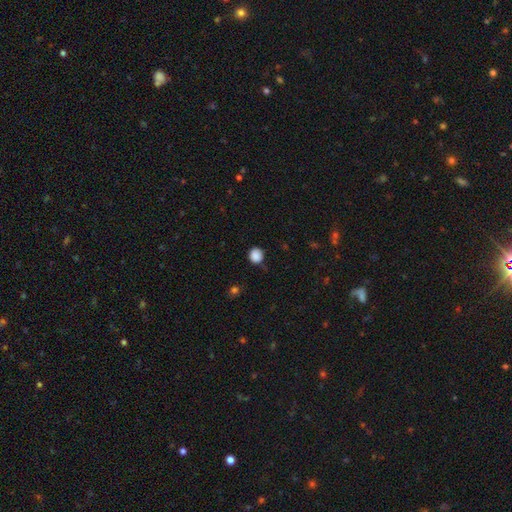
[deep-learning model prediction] A smooth galaxy with no disk features (87%) that is round (88%).

Vote fractions:
- Smooth or featured? smooth: 87% / star or artifact: 10% / featured or disk: 3%
- How rounded? round: 88% / in between: 11% / cigar-shaped: 1%
- Merging? none: 80% / minor disturbance: 15% / major disturbance: 3% / merger: 2%